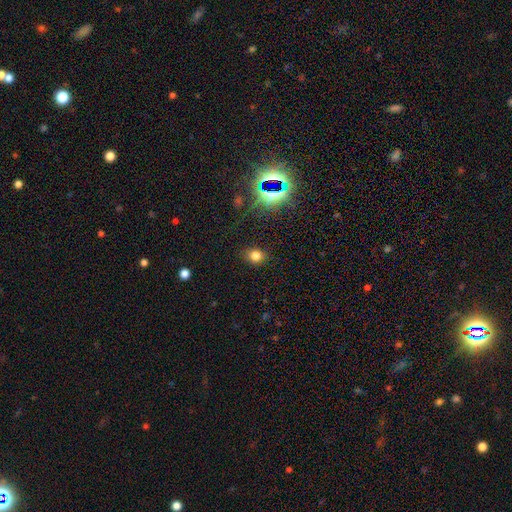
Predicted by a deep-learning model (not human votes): A smooth galaxy with no disk features (75%) that is round (60%). Merging: none (85%).